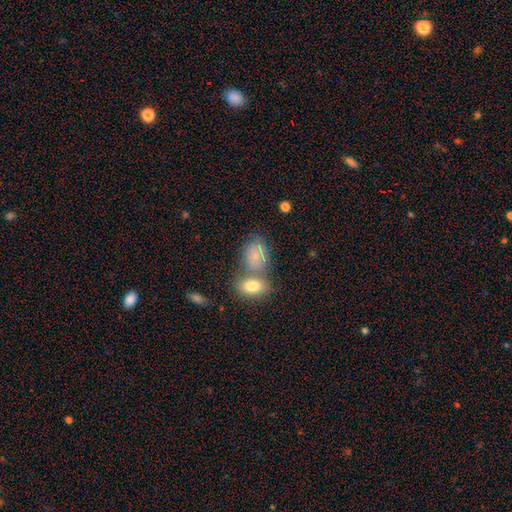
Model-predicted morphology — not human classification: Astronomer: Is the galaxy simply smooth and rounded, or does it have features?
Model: smooth — 75%.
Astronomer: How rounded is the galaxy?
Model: in between — 83%.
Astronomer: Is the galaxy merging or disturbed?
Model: none — 40% (runner-up: merger, 37%).